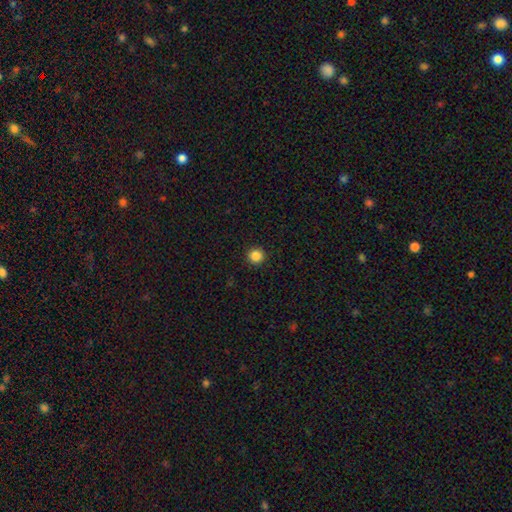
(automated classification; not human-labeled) Morphology: type=smooth (85%); roundness=round (96%); merging=none (93%).